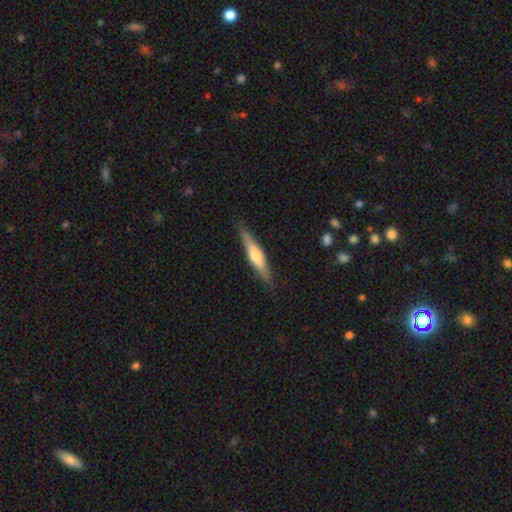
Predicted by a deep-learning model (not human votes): smooth-or-featured: featured or disk: 58% | smooth: 37% | star or artifact: 6%
  disk-edge-on: yes: 96% | no: 4%
    edge-on-bulge: rounded: 82% | boxy: 10% | none: 8%
  merging: none: 88% | minor disturbance: 9% | major disturbance: 2% | merger: 1%